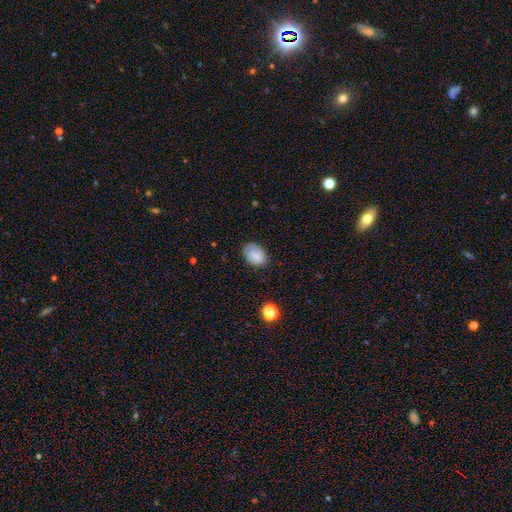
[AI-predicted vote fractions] Q: Smooth or featured?
A: smooth (79%); runner-up: featured or disk (12%)
Q: How rounded?
A: in between (78%); runner-up: round (21%)
Q: Merging?
A: none (74%); runner-up: minor disturbance (20%)